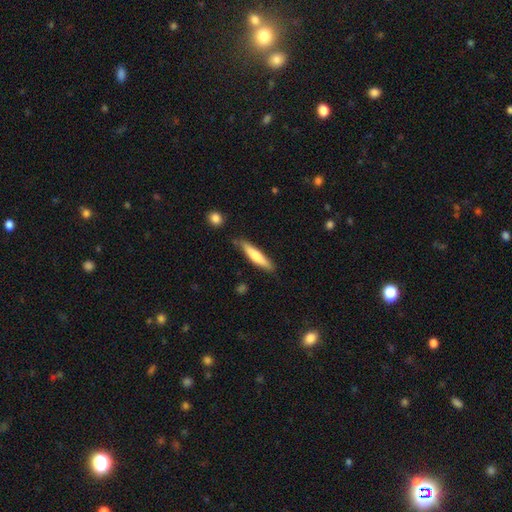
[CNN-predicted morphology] A smooth galaxy with no disk features (69%) that is cigar-shaped (89%). Merging: none (80%).